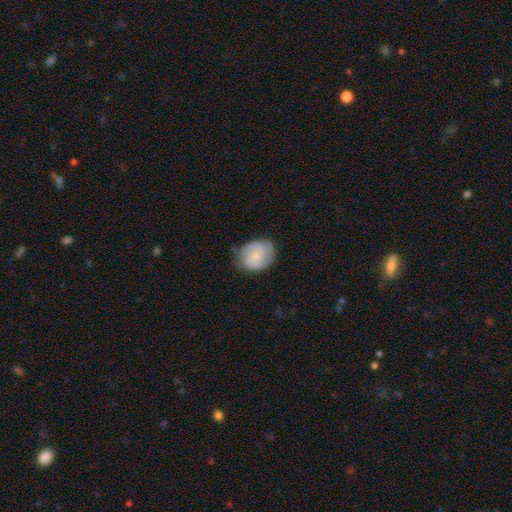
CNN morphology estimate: smooth_or_featured: smooth (p=0.61) [alt: featured or disk p=0.32]
how_rounded: in between (p=0.51) [alt: round p=0.48]
merging: none (p=0.69) [alt: minor disturbance p=0.23]